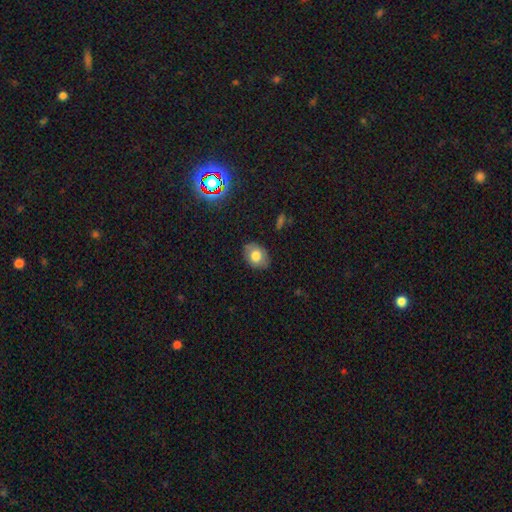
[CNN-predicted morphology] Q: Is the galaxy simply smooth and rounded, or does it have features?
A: smooth — 75%.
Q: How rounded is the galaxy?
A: in between — 69%.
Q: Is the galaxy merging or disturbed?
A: none — 82%.